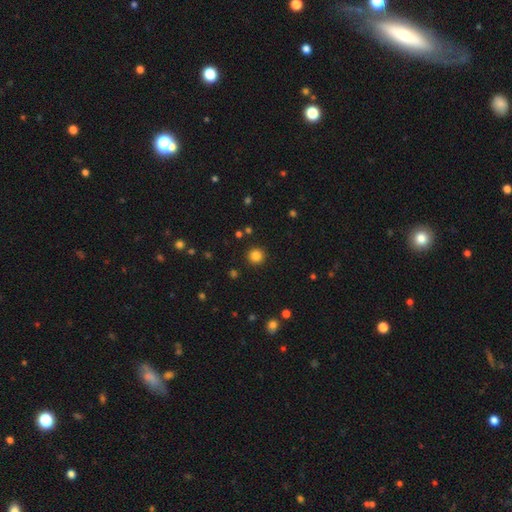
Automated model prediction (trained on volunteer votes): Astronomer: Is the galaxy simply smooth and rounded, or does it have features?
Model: smooth — 84%.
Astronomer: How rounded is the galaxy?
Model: round — 95%.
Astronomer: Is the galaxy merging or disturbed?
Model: none — 92%.